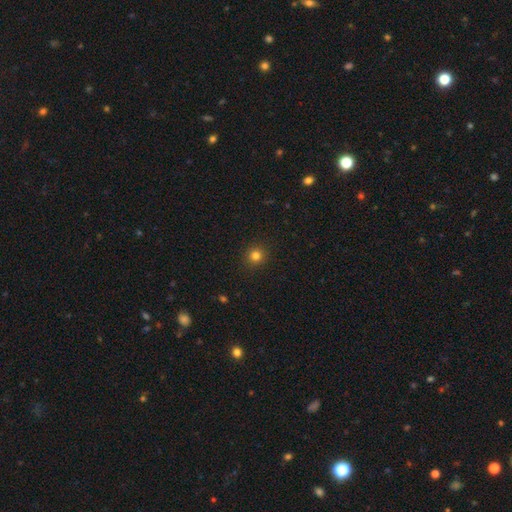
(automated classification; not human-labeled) A smooth galaxy with no disk features (80%) that is round (93%). Merging: none (92%).